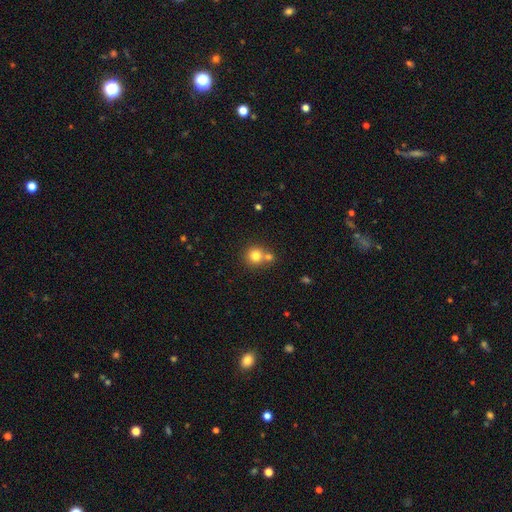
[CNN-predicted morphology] smooth 79%, star or artifact 12%, featured or disk 9%. Down the decision tree: how rounded — round (90%); merging — none (56%).